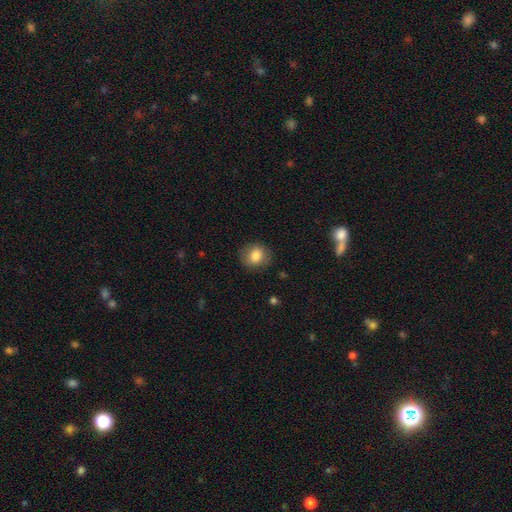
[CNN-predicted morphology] Smooth or featured: smooth — 82% (featured or disk — 9%)
How rounded: round — 75% (in between — 25%)
Merging: none — 84% (minor disturbance — 11%)